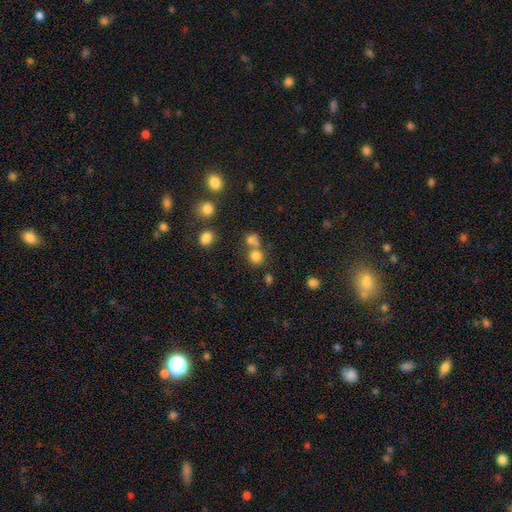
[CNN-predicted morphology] This is likely a smooth galaxy (77%). How rounded: clearly round (87%). Merging: possibly none (54%).